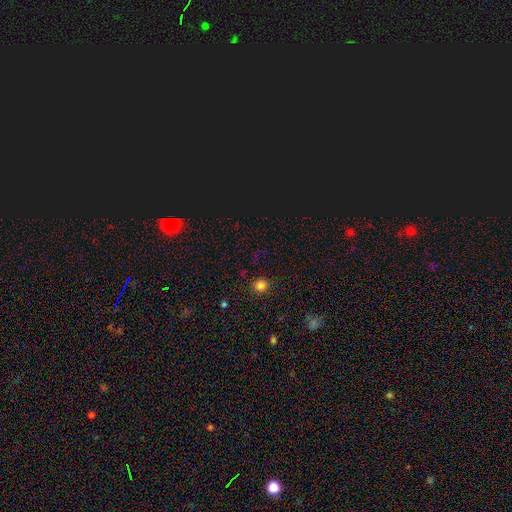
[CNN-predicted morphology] Q: Smooth or featured?
A: star or artifact (50%); runner-up: smooth (45%)